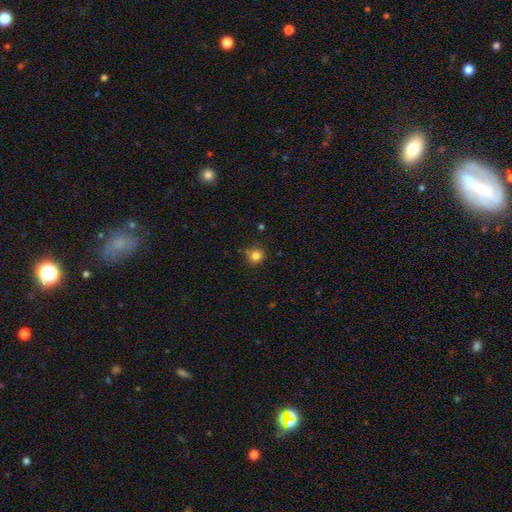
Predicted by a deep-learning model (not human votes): Overall: smooth (82%). How rounded: round (86%). Merging: none (79%).